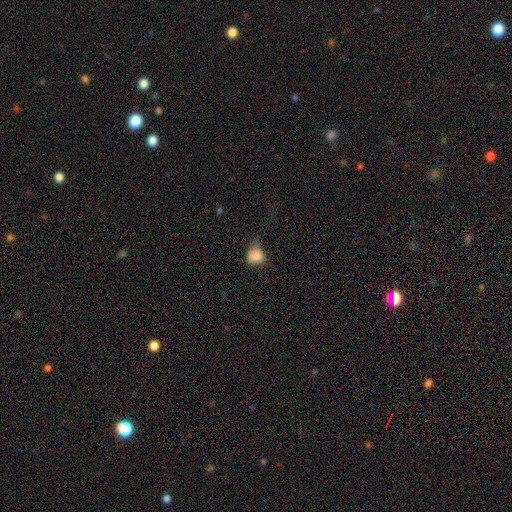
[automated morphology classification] Q: Smooth or featured?
A: smooth (78%); runner-up: featured or disk (11%)
Q: How rounded?
A: round (52%); runner-up: in between (47%)
Q: Merging?
A: major disturbance (38%); runner-up: minor disturbance (33%)